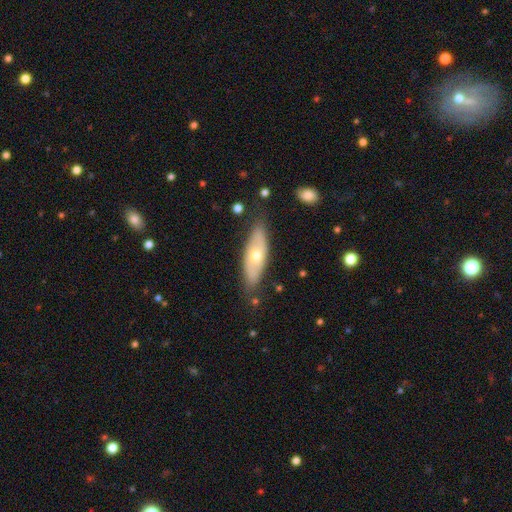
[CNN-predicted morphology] A featured or disk galaxy (47%, tied with smooth). Merging: none (77%).